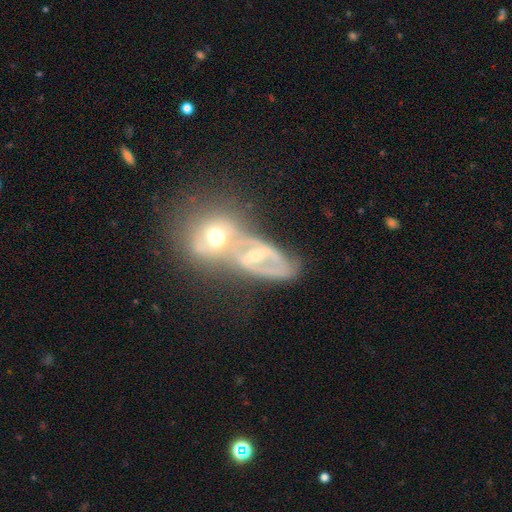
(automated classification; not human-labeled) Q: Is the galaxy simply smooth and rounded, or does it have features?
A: featured or disk — 70%.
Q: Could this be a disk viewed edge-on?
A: no — 88%.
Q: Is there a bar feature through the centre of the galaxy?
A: strong — 43%.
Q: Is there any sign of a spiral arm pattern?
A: yes — 61%.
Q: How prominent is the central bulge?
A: moderate — 46%.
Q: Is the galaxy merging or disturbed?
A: merger — 45%.